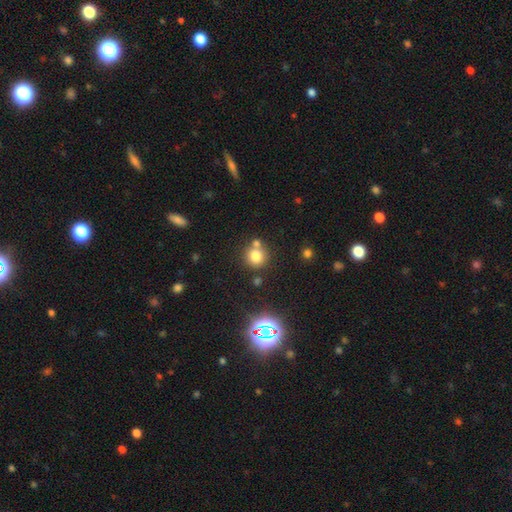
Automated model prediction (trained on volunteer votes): A smooth galaxy with no disk features (75%) that is round (87%).

Vote fractions:
- Smooth or featured? smooth: 75% / star or artifact: 16% / featured or disk: 9%
- How rounded? round: 87% / in between: 12% / cigar-shaped: 1%
- Merging? none: 61% / merger: 26% / minor disturbance: 10% / major disturbance: 4%